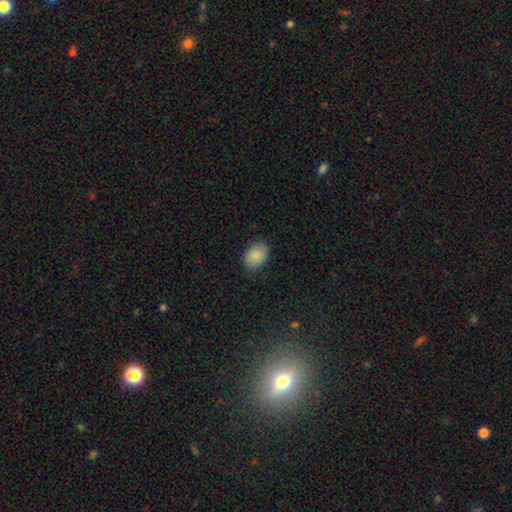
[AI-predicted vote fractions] This appears to be a smooth galaxy with no disk features (88%) that is in between round and cigar-shaped (74%). Merging: none (82%).